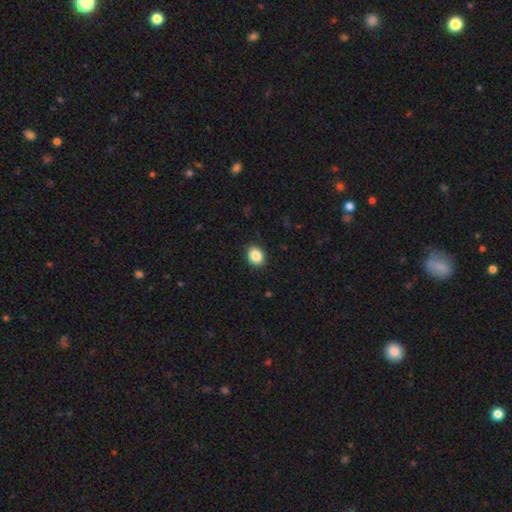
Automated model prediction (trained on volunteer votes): The model was most divided on "how rounded": in between: 57%, round: 42%, cigar-shaped: 1%. More confident: merging — none (90%); smooth or featured — smooth (87%).